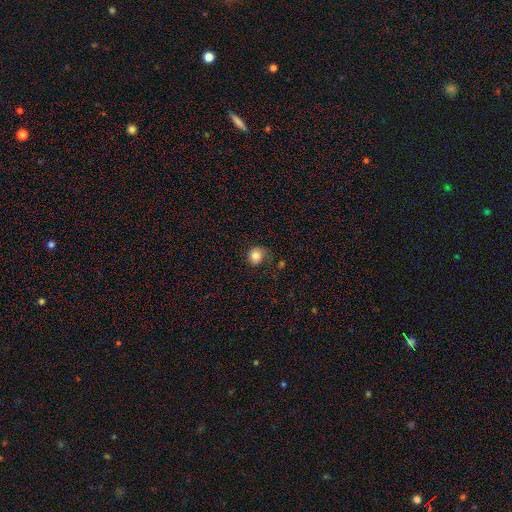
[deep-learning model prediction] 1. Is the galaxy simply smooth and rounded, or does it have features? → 84% smooth, 10% star or artifact, 7% featured or disk.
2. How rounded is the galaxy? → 82% round, 18% in between, 1% cigar-shaped.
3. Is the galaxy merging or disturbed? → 64% none, 24% minor disturbance, 9% major disturbance, 3% merger.